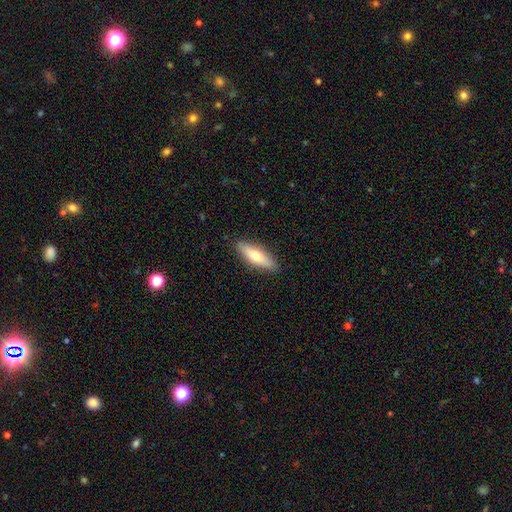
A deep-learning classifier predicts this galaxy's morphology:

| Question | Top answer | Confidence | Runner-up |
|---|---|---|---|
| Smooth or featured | smooth | 64% | featured or disk (30%) |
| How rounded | cigar-shaped | 53% | in between (45%) |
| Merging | none | 89% | minor disturbance (8%) |